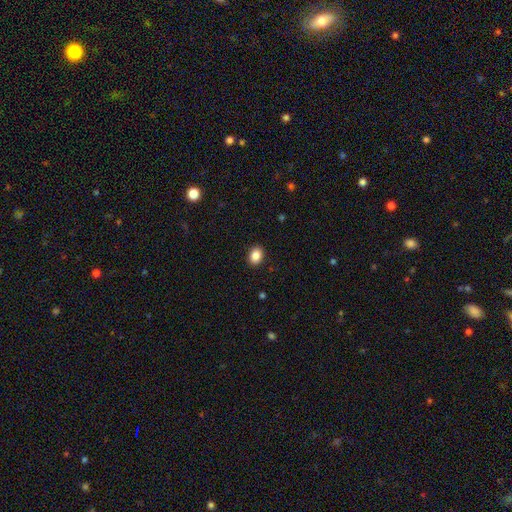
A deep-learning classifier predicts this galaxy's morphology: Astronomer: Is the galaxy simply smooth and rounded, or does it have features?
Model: smooth — 87%.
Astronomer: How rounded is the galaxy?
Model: in between — 64%.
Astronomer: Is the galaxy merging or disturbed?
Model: none — 91%.